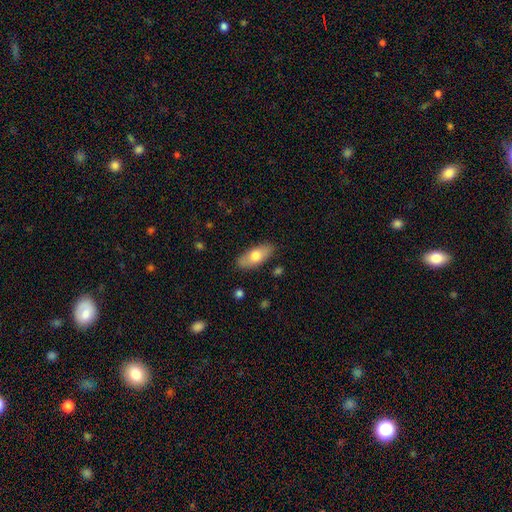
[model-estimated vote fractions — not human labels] smooth 70%, featured or disk 24%, star or artifact 6%. Down the decision tree: how rounded — in between (83%); merging — none (85%).